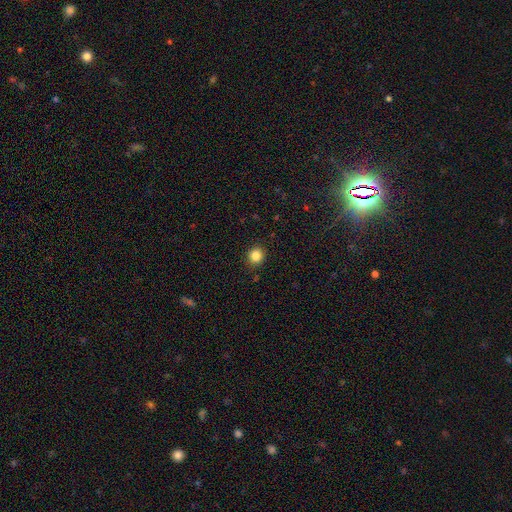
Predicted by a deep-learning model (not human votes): Q: Smooth or featured?
A: smooth (85%); runner-up: star or artifact (11%)
Q: How rounded?
A: round (87%); runner-up: in between (12%)
Q: Merging?
A: none (90%); runner-up: minor disturbance (7%)